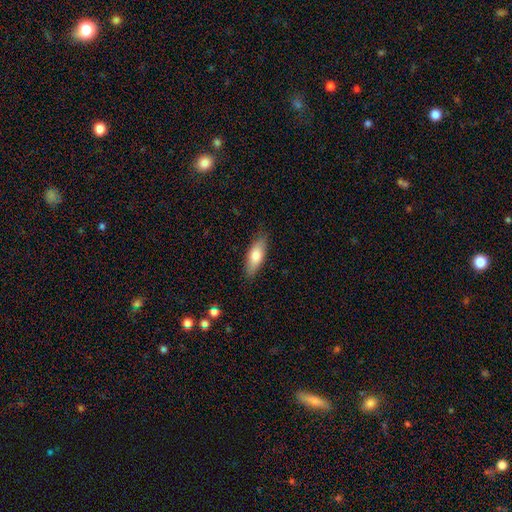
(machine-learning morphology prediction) Smooth or featured?
  - smooth: 76% *
  - featured or disk: 18%
  - star or artifact: 6%
How rounded?
  - in between: 66% *
  - cigar-shaped: 32%
  - round: 2%
Merging?
  - none: 84% *
  - minor disturbance: 13%
  - major disturbance: 2%
  - merger: 1%